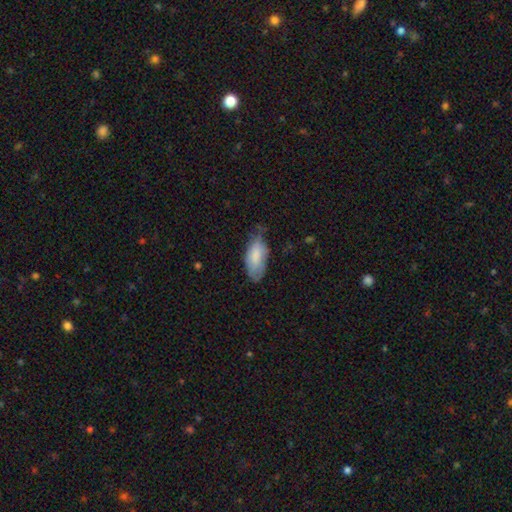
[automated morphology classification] Smooth or featured?
  - smooth: 79% *
  - featured or disk: 15%
  - star or artifact: 6%
How rounded?
  - in between: 90% *
  - cigar-shaped: 8%
  - round: 2%
Merging?
  - none: 46% *
  - minor disturbance: 41%
  - major disturbance: 11%
  - merger: 2%